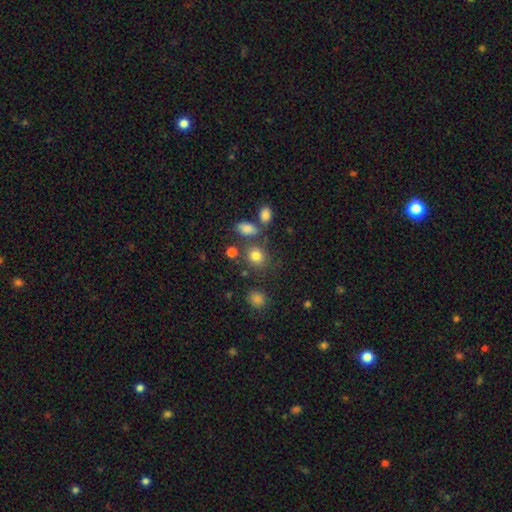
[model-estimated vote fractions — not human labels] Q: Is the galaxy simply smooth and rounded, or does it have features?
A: smooth — 79%.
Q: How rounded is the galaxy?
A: round — 70%.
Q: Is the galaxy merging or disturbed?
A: none — 70%.